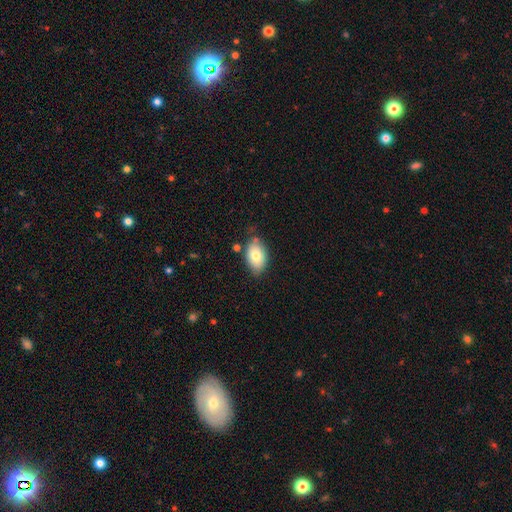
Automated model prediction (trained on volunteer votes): Smooth or featured?
  - smooth: 78% *
  - featured or disk: 15%
  - star or artifact: 7%
How rounded?
  - in between: 88% *
  - round: 10%
  - cigar-shaped: 1%
Merging?
  - none: 75% *
  - minor disturbance: 18%
  - merger: 4%
  - major disturbance: 3%